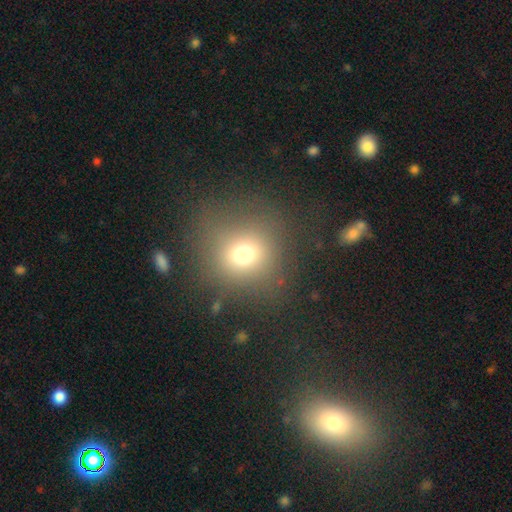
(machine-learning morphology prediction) The model was most divided on "smooth or featured": smooth: 69%, star or artifact: 20%, featured or disk: 11%. More confident: how rounded — round (86%); merging — none (76%).